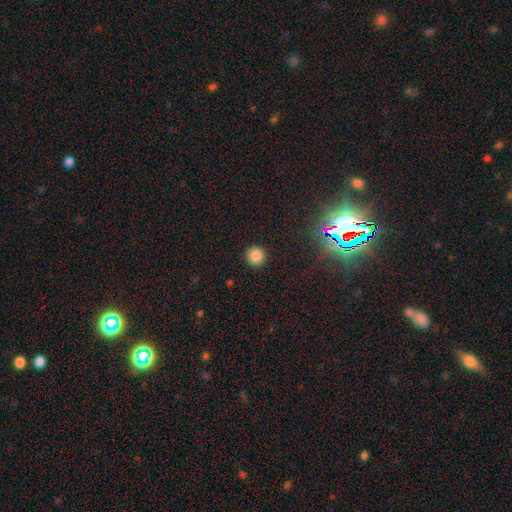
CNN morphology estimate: This is clearly a smooth galaxy (83%). How rounded: clearly round (95%). Merging: clearly none (92%).